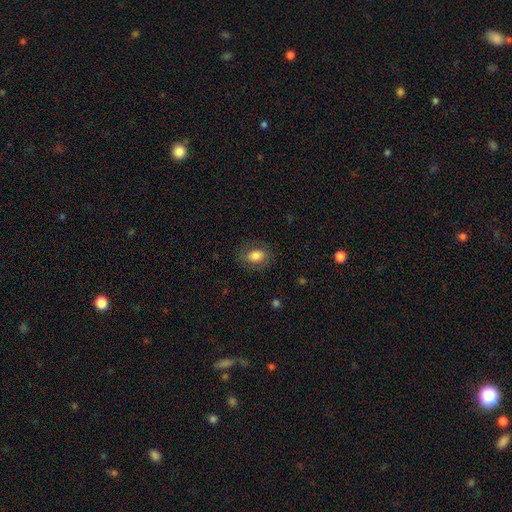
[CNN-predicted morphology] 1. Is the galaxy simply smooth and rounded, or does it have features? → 74% smooth, 18% featured or disk, 8% star or artifact.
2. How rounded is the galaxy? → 70% in between, 29% round, 1% cigar-shaped.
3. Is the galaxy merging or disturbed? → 77% none, 14% minor disturbance, 7% major disturbance, 1% merger.